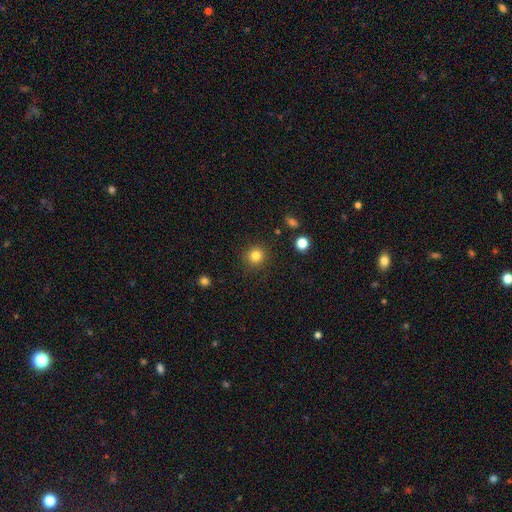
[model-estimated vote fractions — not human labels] The model was most divided on "smooth or featured": smooth: 82%, star or artifact: 12%, featured or disk: 5%. More confident: how rounded — round (92%); merging — none (90%).